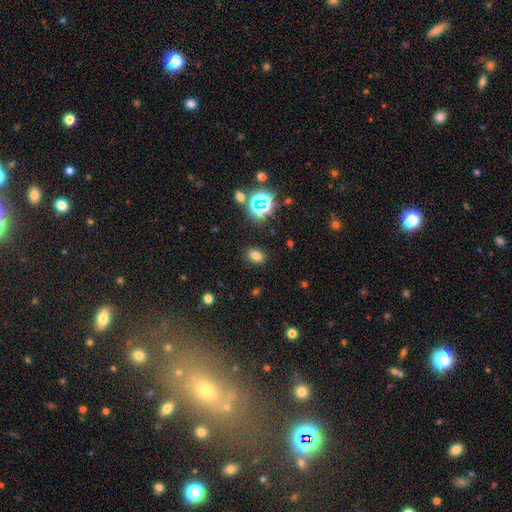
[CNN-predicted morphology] type=smooth (73%); roundness=in between (67%); merging=none (86%).